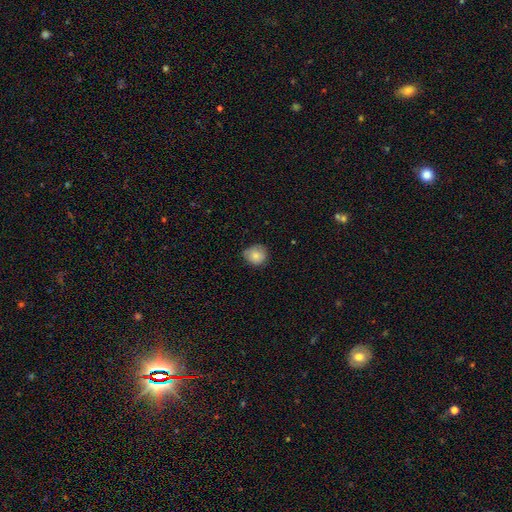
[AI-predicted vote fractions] Smooth or featured?
  - smooth: 81% *
  - featured or disk: 10%
  - star or artifact: 9%
How rounded?
  - round: 80% *
  - in between: 19%
  - cigar-shaped: 1%
Merging?
  - none: 70% *
  - minor disturbance: 25%
  - major disturbance: 4%
  - merger: 1%